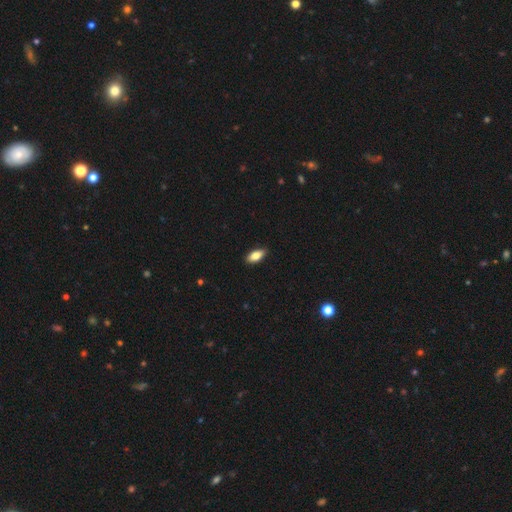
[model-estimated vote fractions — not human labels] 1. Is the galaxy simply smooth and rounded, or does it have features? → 79% smooth, 15% featured or disk, 7% star or artifact.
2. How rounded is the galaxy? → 84% in between, 13% cigar-shaped, 3% round.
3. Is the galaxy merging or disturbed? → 89% none, 9% minor disturbance, 2% major disturbance, 1% merger.